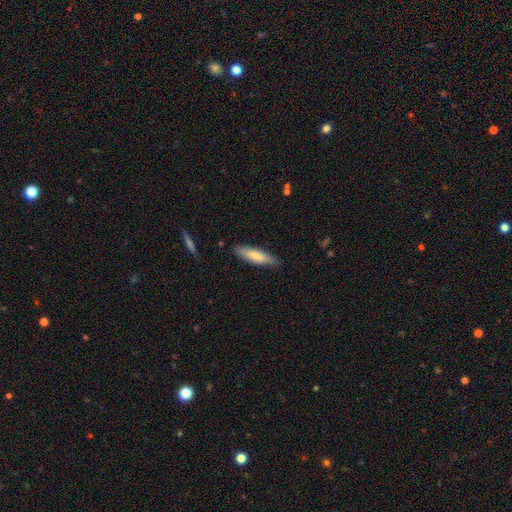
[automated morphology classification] Smooth or featured? smooth (76%)
How rounded? cigar-shaped (62%)
Merging? none (83%)